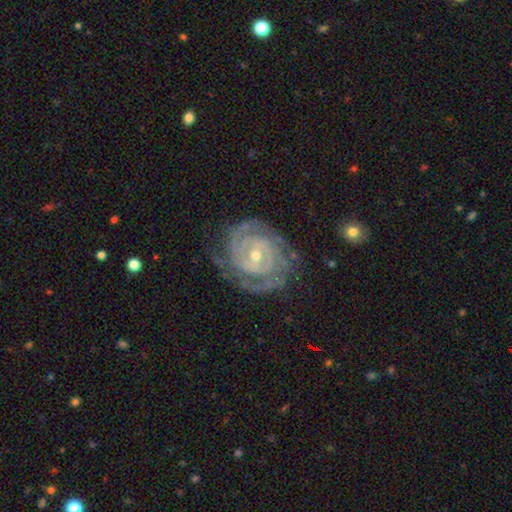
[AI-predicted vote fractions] Smooth or featured? Predicted: featured or disk (p=0.89). Edge-on disk? Predicted: no (p=0.97). Bar? Predicted: no (p=0.54). Spiral arms? Predicted: yes (p=0.96). Spiral winding? Predicted: tight (p=0.79). Spiral arm count? Predicted: 2 (p=0.37). Bulge size? Predicted: small (p=0.56). Merging? Predicted: none (p=0.72).